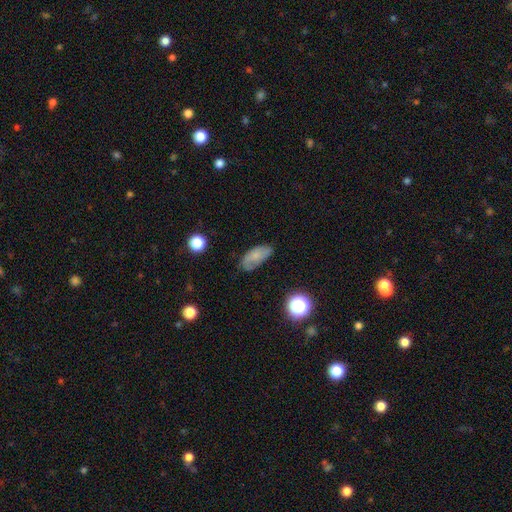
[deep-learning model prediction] Smooth or featured? smooth (68%)
How rounded? in between (88%)
Merging? none (64%)